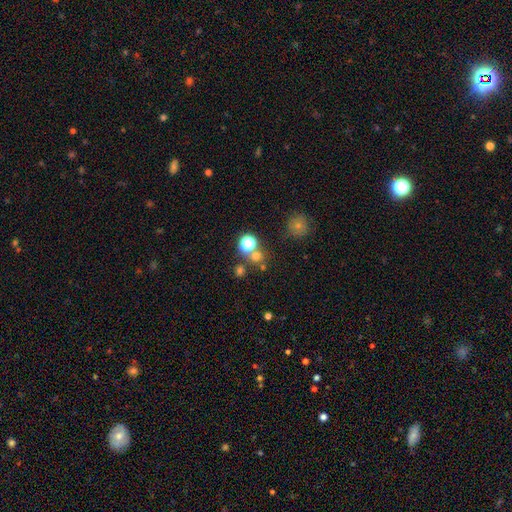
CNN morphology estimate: smooth_or_featured: smooth (p=0.63) [alt: star or artifact p=0.28]
how_rounded: round (p=0.88) [alt: in between p=0.11]
merging: none (p=0.66) [alt: merger p=0.23]